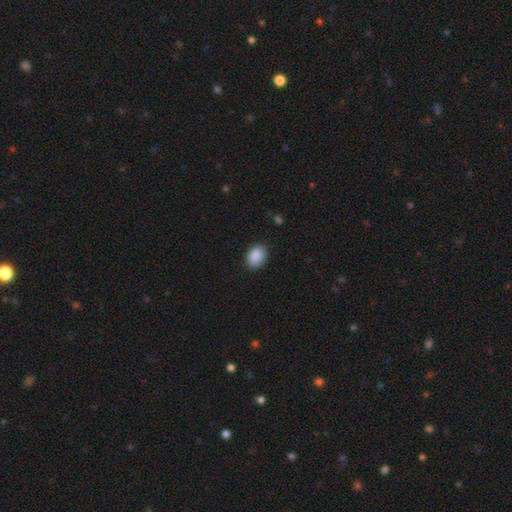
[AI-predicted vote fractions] Smooth or featured? smooth (90%)
How rounded? in between (79%)
Merging? none (86%)